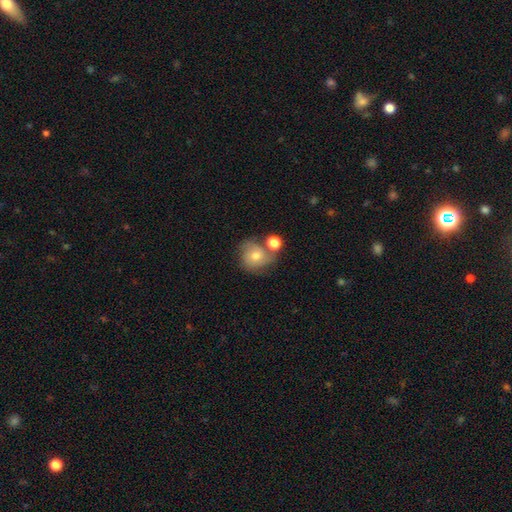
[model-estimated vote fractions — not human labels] The model was most divided on "smooth or featured": smooth: 54%, featured or disk: 35%, star or artifact: 11%. More confident: how rounded — round (78%); merging — none (53%).